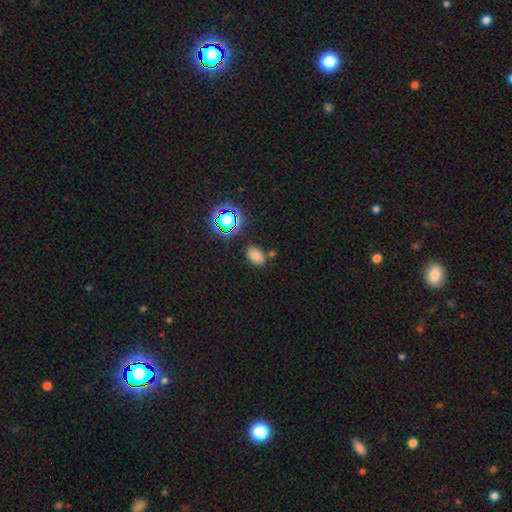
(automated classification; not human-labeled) smooth 73%, star or artifact 20%, featured or disk 6%. Down the decision tree: how rounded — in between (82%); merging — none (78%).